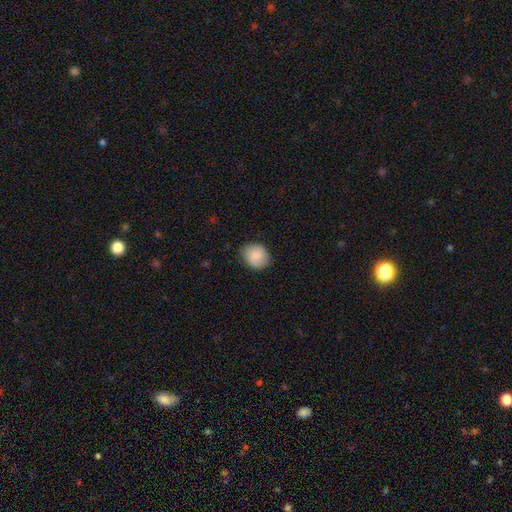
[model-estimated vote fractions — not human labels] Smooth or featured?
  - smooth: 85% *
  - featured or disk: 7%
  - star or artifact: 7%
How rounded?
  - round: 68% *
  - in between: 31%
  - cigar-shaped: 1%
Merging?
  - none: 81% *
  - minor disturbance: 15%
  - major disturbance: 3%
  - merger: 1%